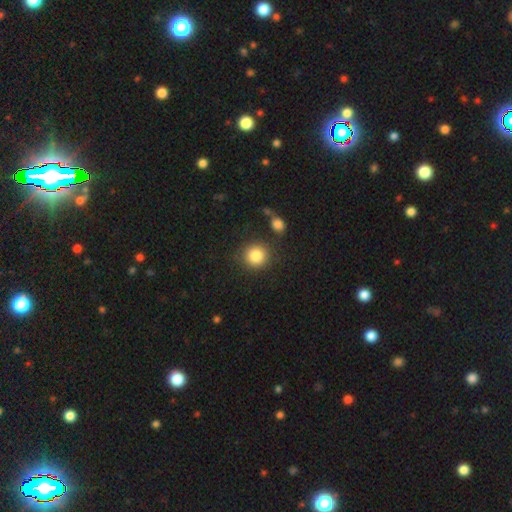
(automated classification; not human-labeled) Smooth or featured?
  - smooth: 86% *
  - star or artifact: 9%
  - featured or disk: 5%
How rounded?
  - round: 90% *
  - in between: 9%
  - cigar-shaped: 1%
Merging?
  - none: 82% *
  - minor disturbance: 9%
  - merger: 5%
  - major disturbance: 4%